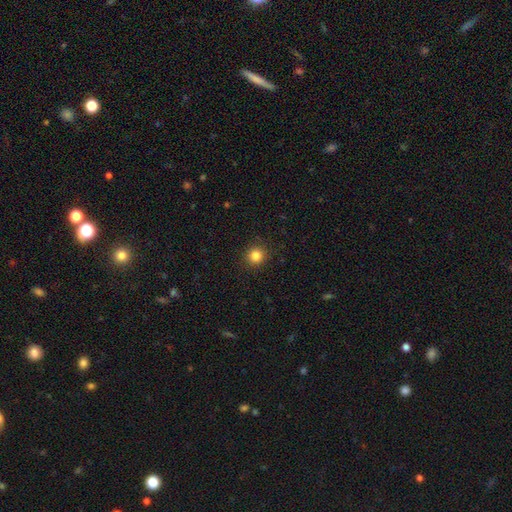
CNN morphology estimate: The model was most divided on "smooth or featured": smooth: 85%, star or artifact: 12%, featured or disk: 4%. More confident: how rounded — round (93%); merging — none (91%).